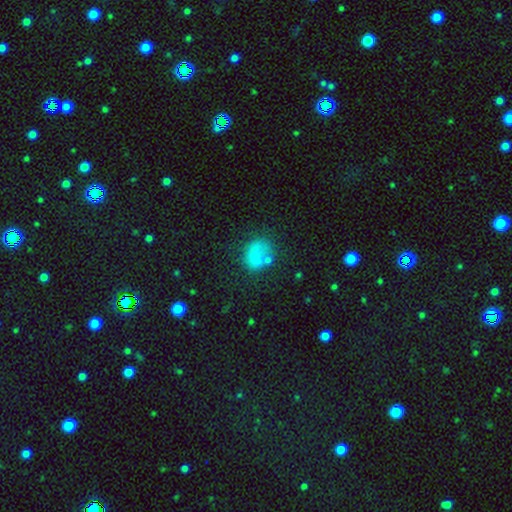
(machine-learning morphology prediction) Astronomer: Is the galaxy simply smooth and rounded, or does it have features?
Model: smooth — 63%.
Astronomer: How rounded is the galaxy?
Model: round — 54% (runner-up: in between, 45%).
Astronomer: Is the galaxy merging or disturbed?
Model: none — 39% (runner-up: major disturbance, 26%).